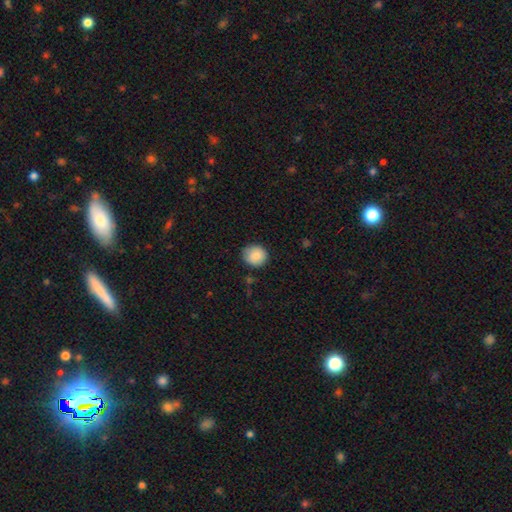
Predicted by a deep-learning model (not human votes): Smooth or featured?
  - smooth: 88% *
  - star or artifact: 8%
  - featured or disk: 4%
How rounded?
  - round: 87% *
  - in between: 12%
  - cigar-shaped: 1%
Merging?
  - none: 84% *
  - minor disturbance: 12%
  - major disturbance: 3%
  - merger: 1%